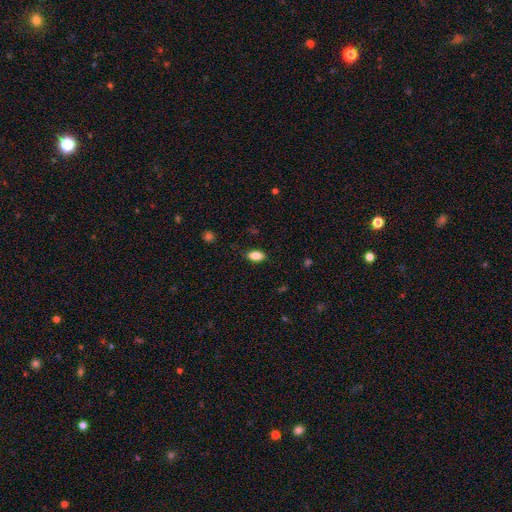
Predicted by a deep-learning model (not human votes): smooth-or-featured: smooth: 85% | star or artifact: 8% | featured or disk: 7%
  how-rounded: in between: 89% | cigar-shaped: 6% | round: 5%
  merging: none: 85% | minor disturbance: 12% | major disturbance: 3% | merger: 1%